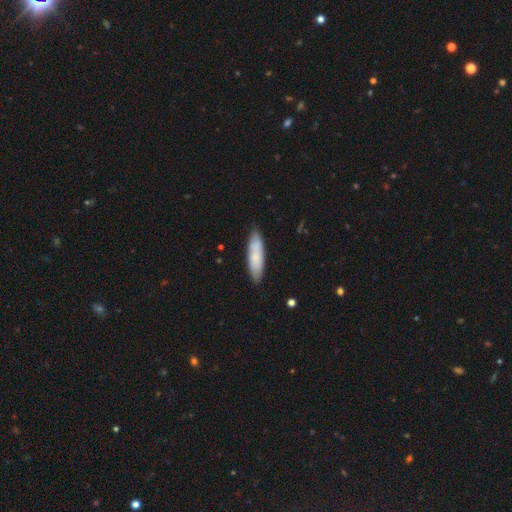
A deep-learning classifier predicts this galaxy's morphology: smooth-or-featured: smooth: 69% | featured or disk: 25% | star or artifact: 6%
  how-rounded: cigar-shaped: 63% | in between: 35% | round: 2%
  merging: none: 79% | minor disturbance: 16% | major disturbance: 3% | merger: 2%